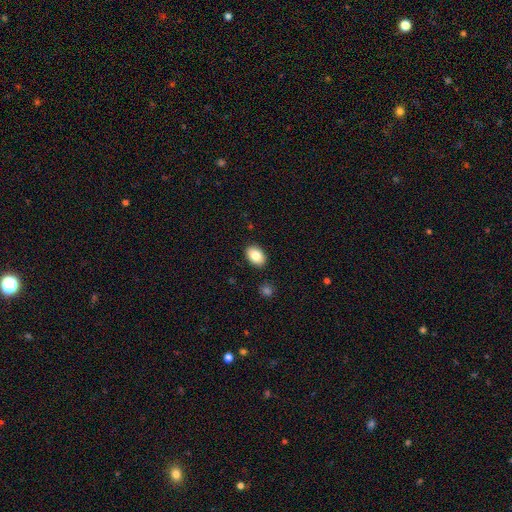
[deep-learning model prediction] A smooth galaxy with no disk features (84%) that is in between round and cigar-shaped (89%).

Vote fractions:
- Smooth or featured? smooth: 84% / featured or disk: 9% / star or artifact: 7%
- How rounded? in between: 89% / round: 10% / cigar-shaped: 1%
- Merging? none: 89% / minor disturbance: 8% / major disturbance: 2% / merger: 2%